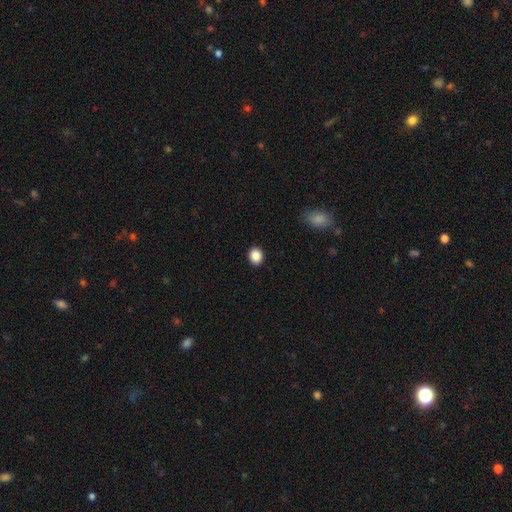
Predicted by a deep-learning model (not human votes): A smooth galaxy with no disk features (88%) that is round (56%). Merging: none (91%).